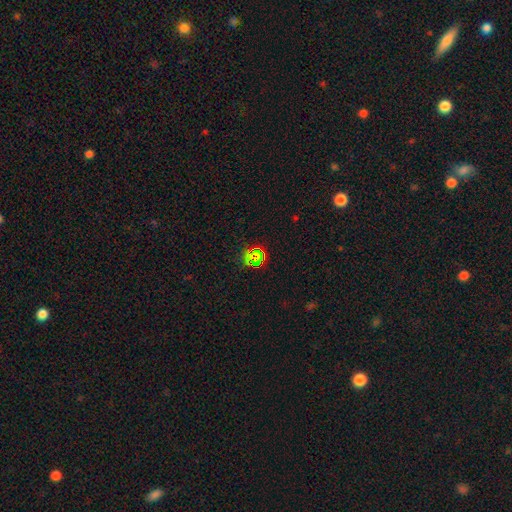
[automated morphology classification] Smooth or featured? star or artifact (70%)